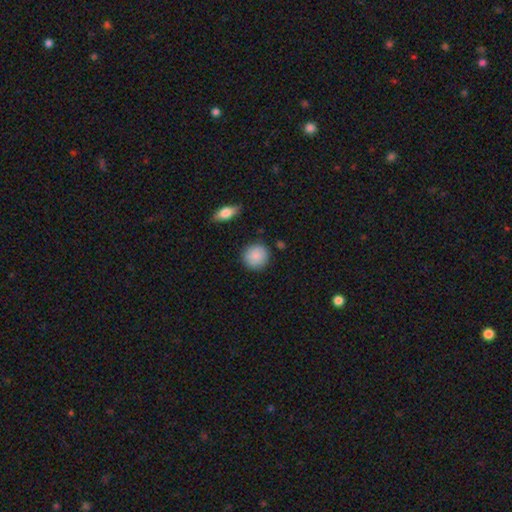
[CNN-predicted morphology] A smooth galaxy with no disk features (88%) that is round (92%). Merging: none (88%).